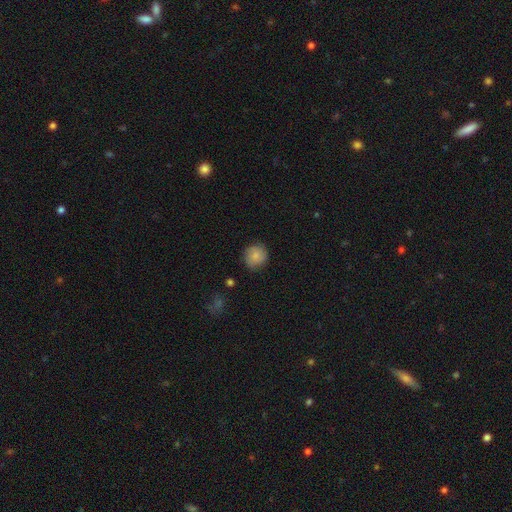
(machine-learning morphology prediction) A smooth galaxy with no disk features (82%) that is round (91%). Merging: none (82%).